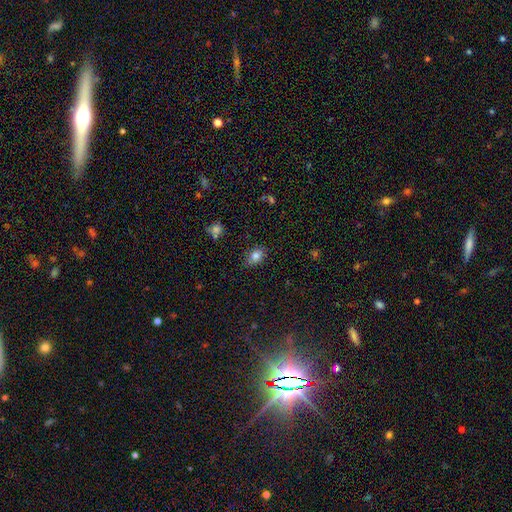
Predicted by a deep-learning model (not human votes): Smooth or featured?
  - smooth: 81% *
  - star or artifact: 11%
  - featured or disk: 9%
How rounded?
  - in between: 83% *
  - round: 15%
  - cigar-shaped: 2%
Merging?
  - none: 80% *
  - minor disturbance: 16%
  - major disturbance: 3%
  - merger: 2%